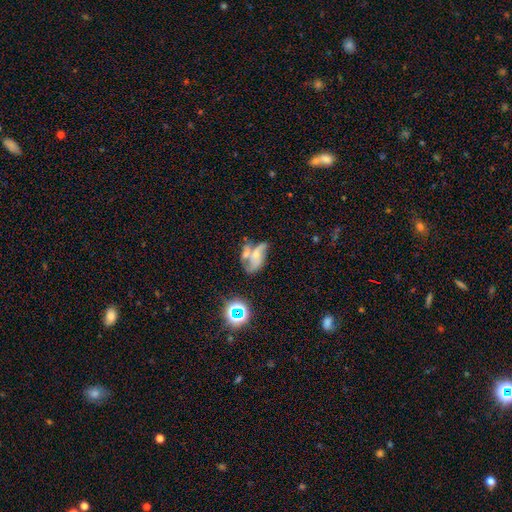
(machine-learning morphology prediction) type=featured or disk (55%); edge-on=no (94%); bar=no (70%); spiral arms=yes (68%); bulge=small (45%); merging=merger (42%).